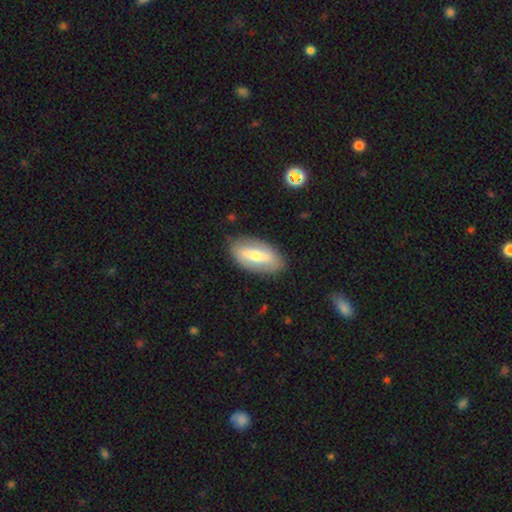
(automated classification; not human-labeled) This appears to be a featured or disk galaxy (50%). Merging: none (84%).